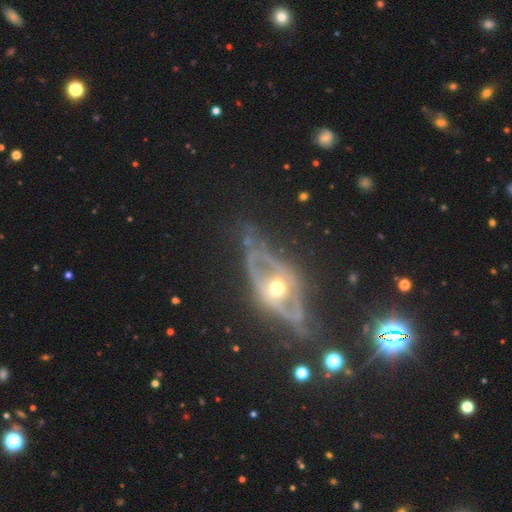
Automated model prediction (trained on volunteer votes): Smooth or featured? featured or disk (80%)
Edge-on disk? no (68%)
Bar? no (61%)
Spiral arms? no (55%)
Bulge size? moderate (65%)
Merging? none (59%)